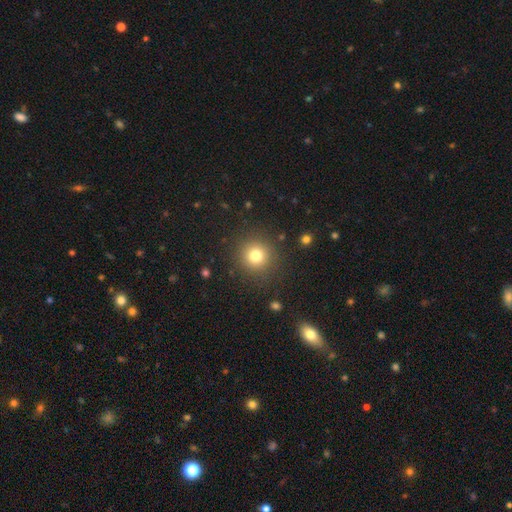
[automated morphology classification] A smooth galaxy with no disk features (78%) that is round (94%).

Vote fractions:
- Smooth or featured? smooth: 78% / star or artifact: 14% / featured or disk: 8%
- How rounded? round: 94% / in between: 5% / cigar-shaped: 1%
- Merging? none: 89% / minor disturbance: 6% / major disturbance: 3% / merger: 1%